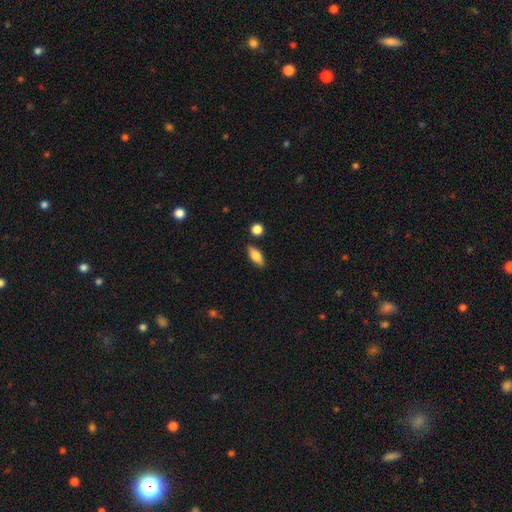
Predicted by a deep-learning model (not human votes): A smooth galaxy with no disk features (74%) that is in between round and cigar-shaped (73%). Merging: none (85%).